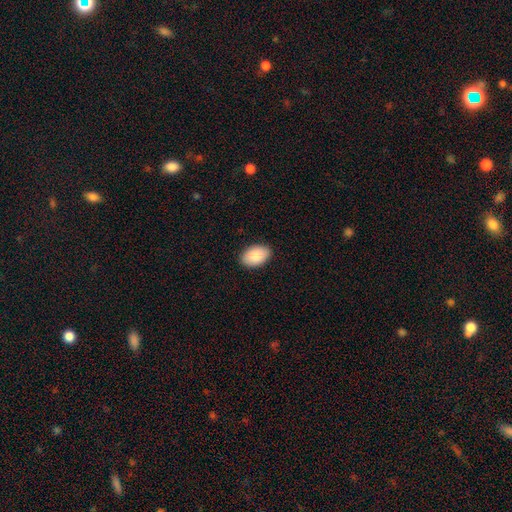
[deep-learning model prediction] This is clearly a smooth galaxy (88%). How rounded: clearly in between (92%). Merging: clearly none (89%).